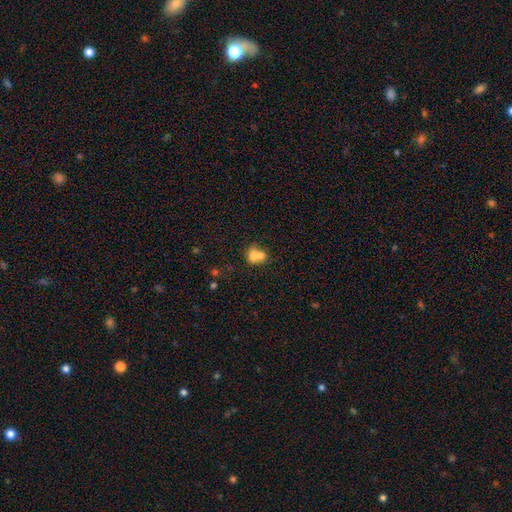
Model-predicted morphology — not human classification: smooth 68%, featured or disk 20%, star or artifact 11%. Down the decision tree: how rounded — round (53%); merging — merger (67%).